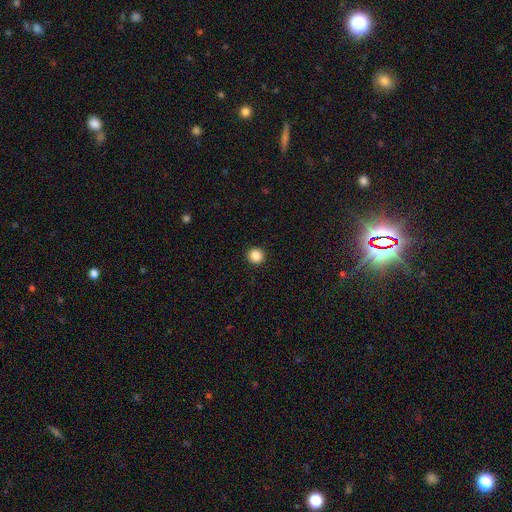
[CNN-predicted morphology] Q: Smooth or featured?
A: smooth (87%); runner-up: star or artifact (10%)
Q: How rounded?
A: round (95%); runner-up: in between (4%)
Q: Merging?
A: none (93%); runner-up: minor disturbance (4%)